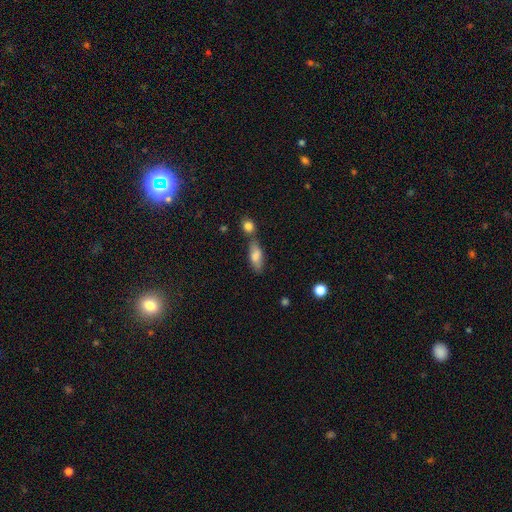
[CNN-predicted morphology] Smooth or featured? Predicted: smooth (p=0.75). How rounded? Predicted: in between (p=0.68). Merging? Predicted: none (p=0.57).